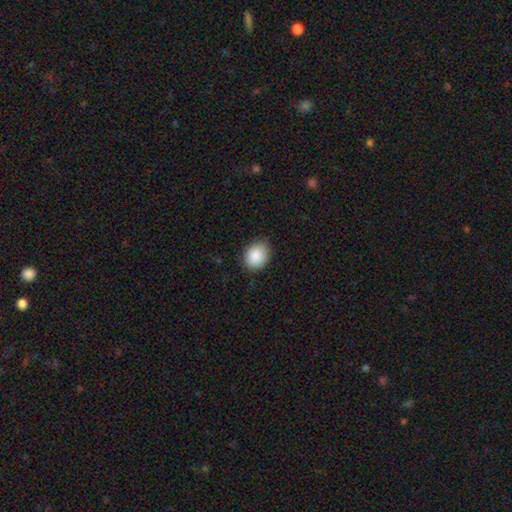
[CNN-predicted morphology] Smooth or featured? Predicted: smooth (p=0.89). How rounded? Predicted: in between (p=0.54). Merging? Predicted: none (p=0.79).